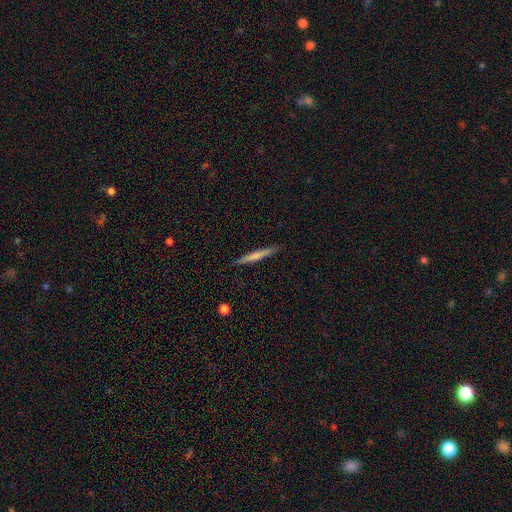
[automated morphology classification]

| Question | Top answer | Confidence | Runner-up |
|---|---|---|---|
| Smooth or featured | smooth | 59% | featured or disk (36%) |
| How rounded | cigar-shaped | 96% | in between (3%) |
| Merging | none | 89% | minor disturbance (8%) |